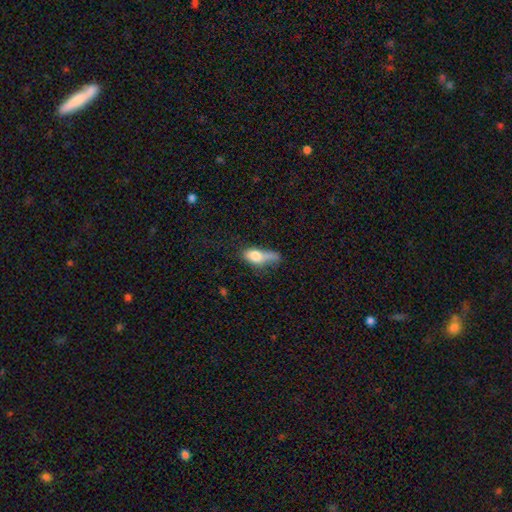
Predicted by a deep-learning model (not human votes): Morphology: type=smooth (72%); roundness=in between (72%); merging=major disturbance (34%).